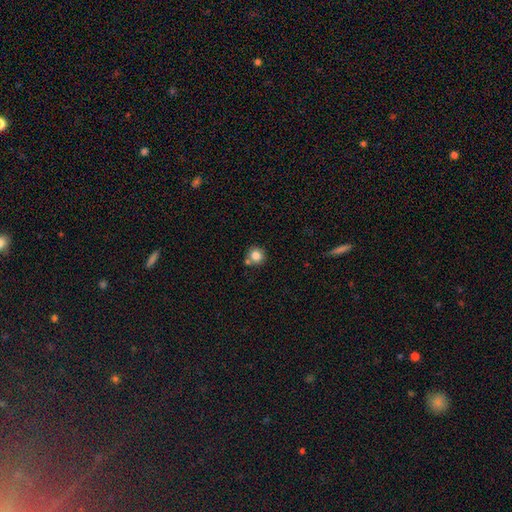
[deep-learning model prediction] smooth_or_featured: smooth (p=0.83) [alt: star or artifact p=0.10]
how_rounded: round (p=0.92) [alt: in between p=0.07]
merging: none (p=0.69) [alt: merger p=0.17]